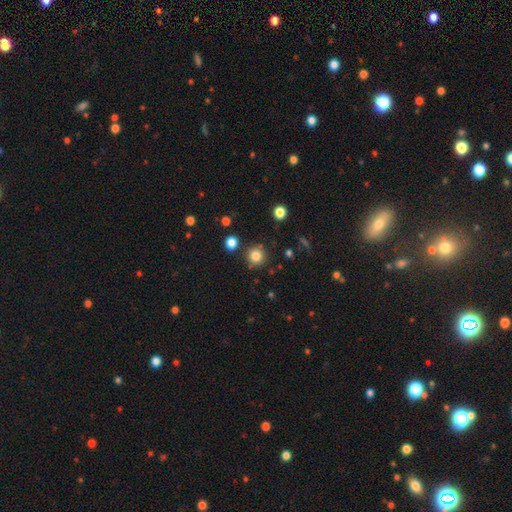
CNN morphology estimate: Smooth or featured? smooth (82%)
How rounded? round (94%)
Merging? none (85%)